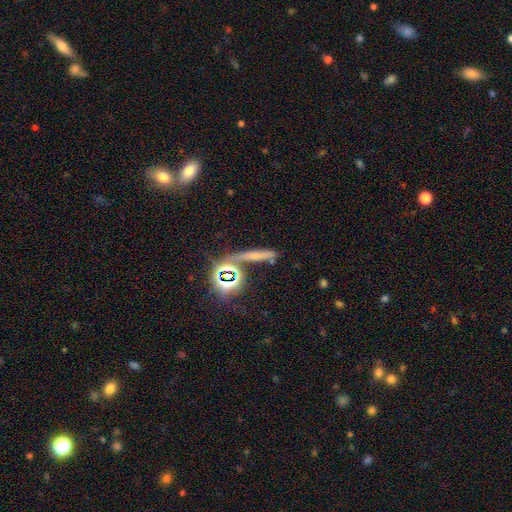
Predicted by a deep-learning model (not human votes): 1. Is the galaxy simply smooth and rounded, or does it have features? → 43% smooth, 35% star or artifact, 22% featured or disk.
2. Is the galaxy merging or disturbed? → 62% none, 15% merger, 14% minor disturbance, 8% major disturbance.